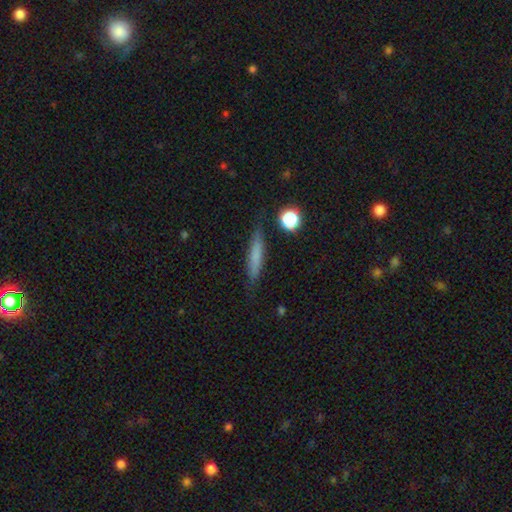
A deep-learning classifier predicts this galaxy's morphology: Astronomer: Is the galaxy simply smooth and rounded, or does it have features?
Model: smooth — 70%.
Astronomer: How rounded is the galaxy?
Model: cigar-shaped — 89%.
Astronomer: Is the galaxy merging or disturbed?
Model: none — 84%.